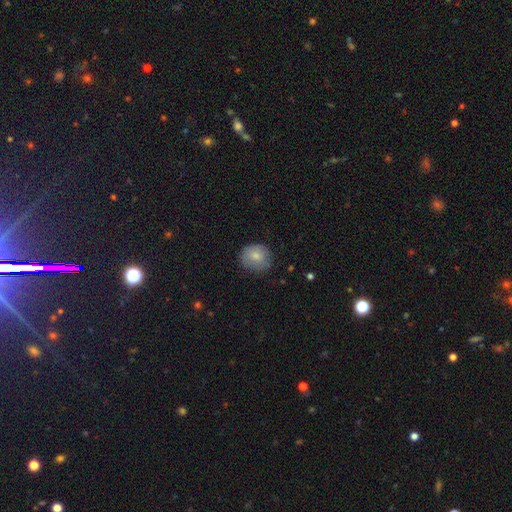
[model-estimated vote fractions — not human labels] smooth 79%, featured or disk 13%, star or artifact 8%. Down the decision tree: how rounded — round (75%); merging — none (72%).